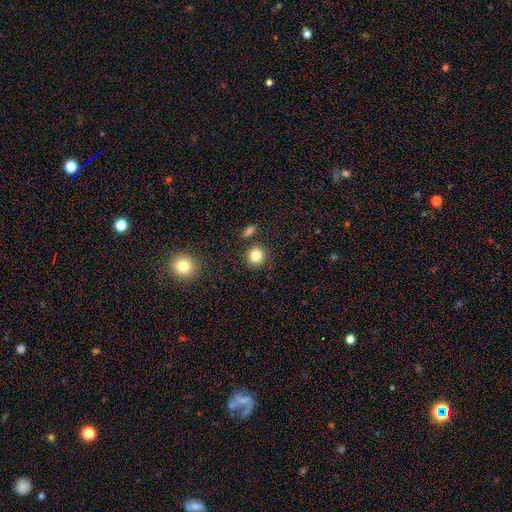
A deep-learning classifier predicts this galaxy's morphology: This appears to be a smooth galaxy with no disk features (84%) that is round (90%). Merging: none (85%).